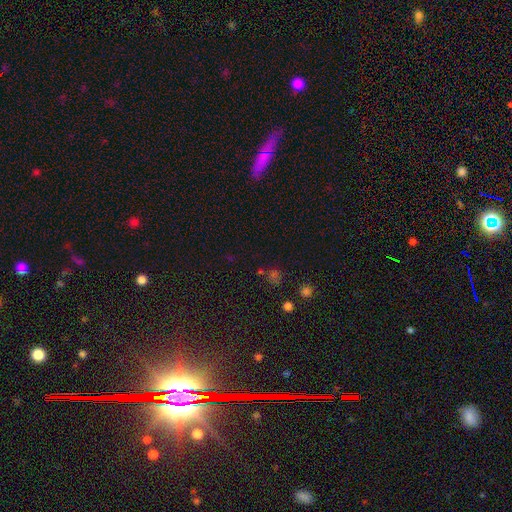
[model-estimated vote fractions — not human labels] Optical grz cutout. It shows a star or artifact, not a galaxy (49%).